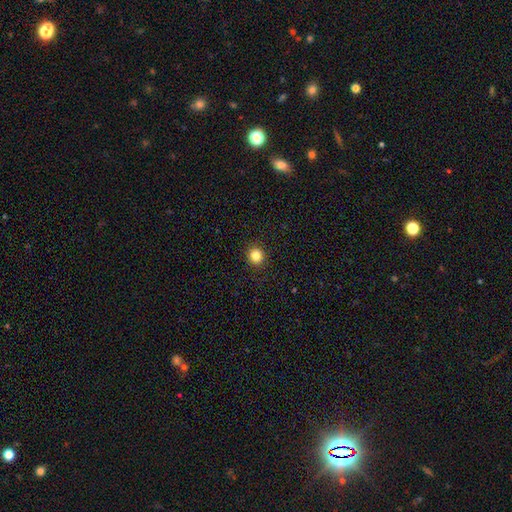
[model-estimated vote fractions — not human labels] smooth-or-featured: smooth: 83% | star or artifact: 12% | featured or disk: 5%
  how-rounded: round: 89% | in between: 10% | cigar-shaped: 1%
  merging: none: 92% | minor disturbance: 5% | major disturbance: 2% | merger: 1%